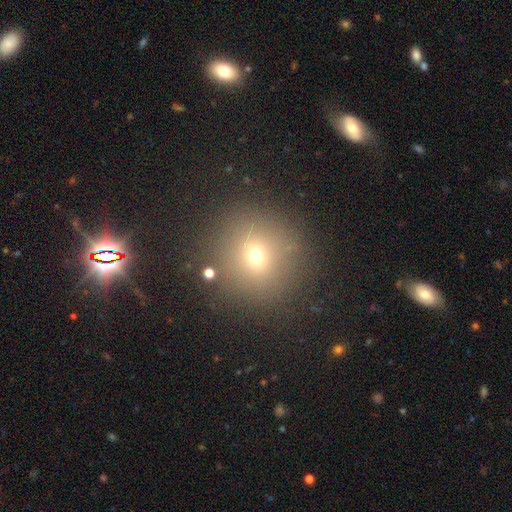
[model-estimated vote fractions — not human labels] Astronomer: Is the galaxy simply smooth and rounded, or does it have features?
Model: smooth — 65%.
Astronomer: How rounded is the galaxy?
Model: round — 93%.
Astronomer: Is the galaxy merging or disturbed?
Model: none — 85%.